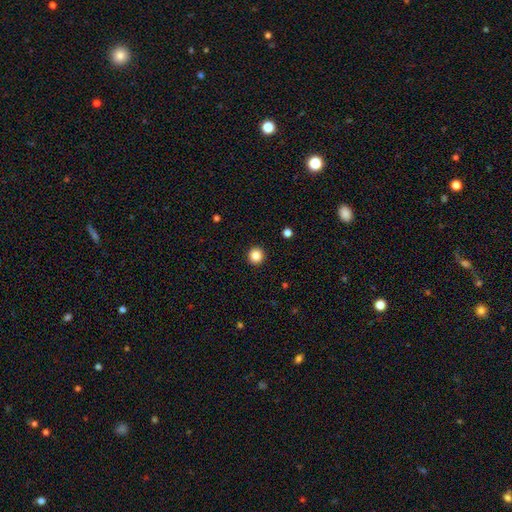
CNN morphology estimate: smooth_or_featured: smooth (p=0.86) [alt: star or artifact p=0.10]
how_rounded: round (p=0.95) [alt: in between p=0.04]
merging: none (p=0.93) [alt: minor disturbance p=0.04]